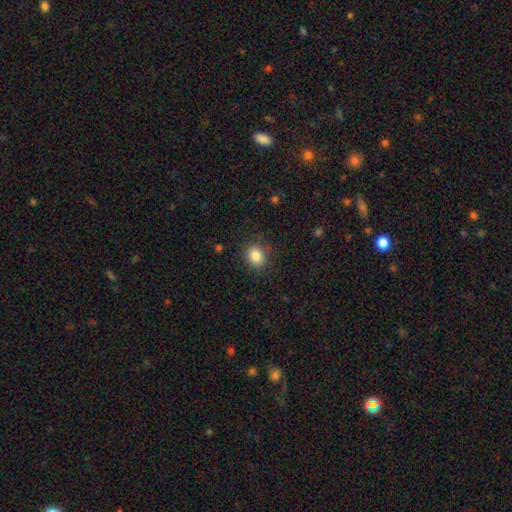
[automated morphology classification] A smooth galaxy with no disk features (85%) that is round (64%).

Vote fractions:
- Smooth or featured? smooth: 85% / star or artifact: 10% / featured or disk: 5%
- How rounded? round: 64% / in between: 35% / cigar-shaped: 1%
- Merging? none: 86% / minor disturbance: 10% / major disturbance: 3% / merger: 1%